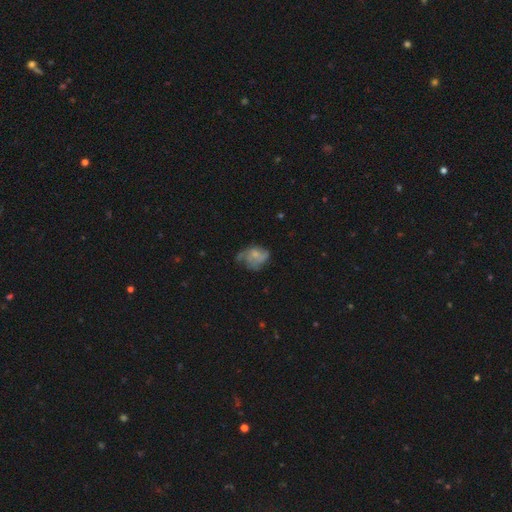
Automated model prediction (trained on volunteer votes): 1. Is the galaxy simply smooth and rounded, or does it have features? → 47% featured or disk, 43% smooth, 10% star or artifact.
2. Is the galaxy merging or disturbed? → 37% none, 31% minor disturbance, 28% major disturbance, 4% merger.